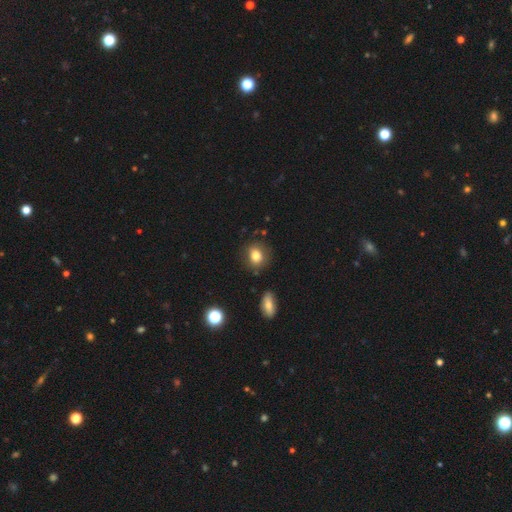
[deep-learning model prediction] Smooth or featured?
  - smooth: 80% *
  - star or artifact: 10%
  - featured or disk: 9%
How rounded?
  - round: 60% *
  - in between: 38%
  - cigar-shaped: 1%
Merging?
  - none: 79% *
  - minor disturbance: 13%
  - merger: 4%
  - major disturbance: 4%